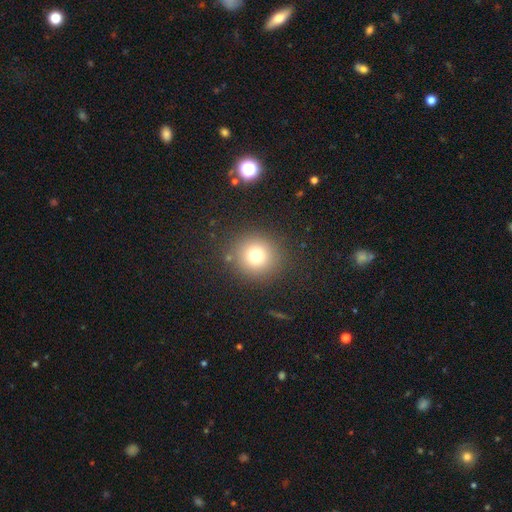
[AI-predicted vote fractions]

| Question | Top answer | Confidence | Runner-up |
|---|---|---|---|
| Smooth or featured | smooth | 74% | star or artifact (15%) |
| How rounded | round | 92% | in between (7%) |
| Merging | none | 88% | minor disturbance (7%) |